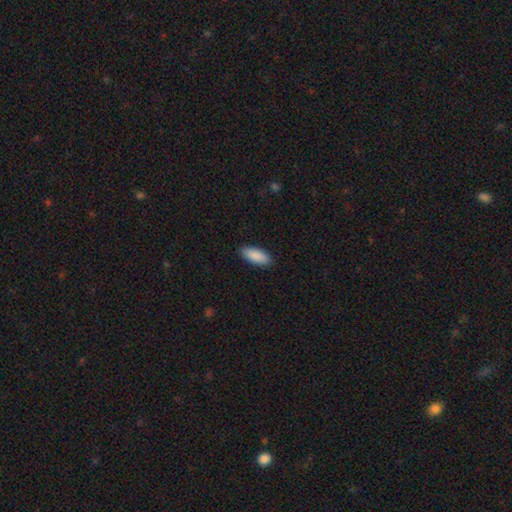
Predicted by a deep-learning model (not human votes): Q: Smooth or featured?
A: smooth (90%); runner-up: star or artifact (5%)
Q: How rounded?
A: in between (81%); runner-up: cigar-shaped (17%)
Q: Merging?
A: none (88%); runner-up: minor disturbance (9%)